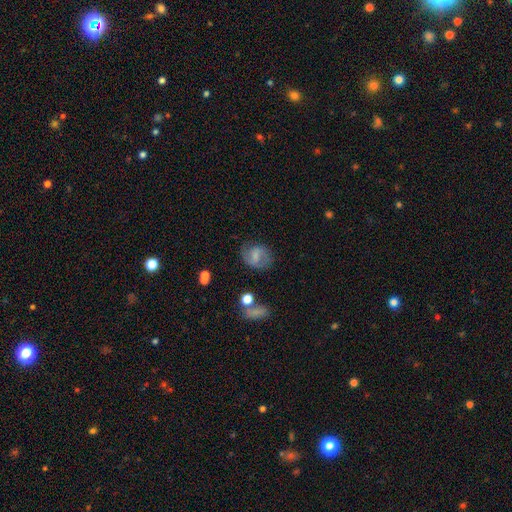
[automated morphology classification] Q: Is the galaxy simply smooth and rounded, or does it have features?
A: featured or disk — 51%.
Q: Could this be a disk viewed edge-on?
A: no — 97%.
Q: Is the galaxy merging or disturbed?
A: none — 69%.